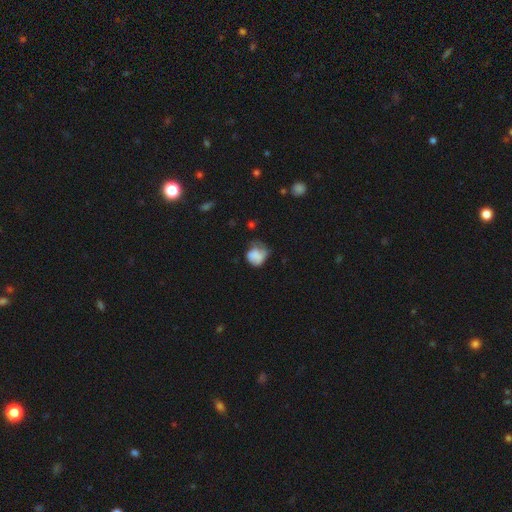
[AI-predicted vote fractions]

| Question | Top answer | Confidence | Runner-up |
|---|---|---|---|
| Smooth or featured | smooth | 70% | featured or disk (21%) |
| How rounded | round | 63% | in between (36%) |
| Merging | minor disturbance | 36% | none (33%) |